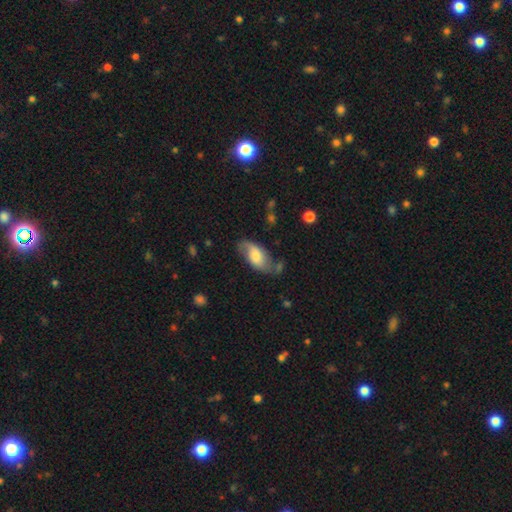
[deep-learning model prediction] A featured or disk galaxy (48%).

Vote fractions:
- Smooth or featured? featured or disk: 48% / smooth: 46% / star or artifact: 7%
- Merging? none: 59% / minor disturbance: 26% / major disturbance: 10% / merger: 5%